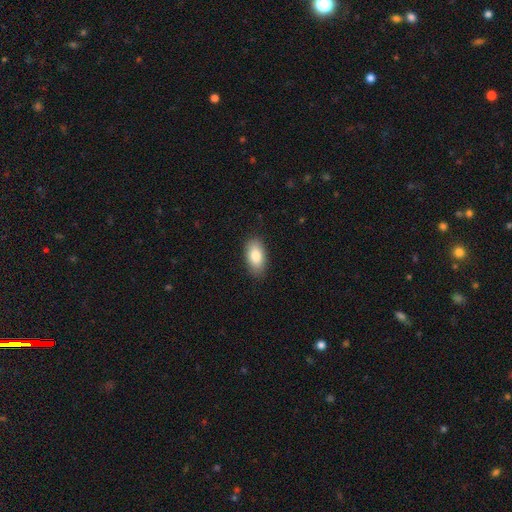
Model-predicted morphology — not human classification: A smooth galaxy with no disk features (84%) that is in between round and cigar-shaped (93%).

Vote fractions:
- Smooth or featured? smooth: 84% / featured or disk: 10% / star or artifact: 7%
- How rounded? in between: 93% / round: 4% / cigar-shaped: 3%
- Merging? none: 87% / minor disturbance: 10% / major disturbance: 2% / merger: 1%